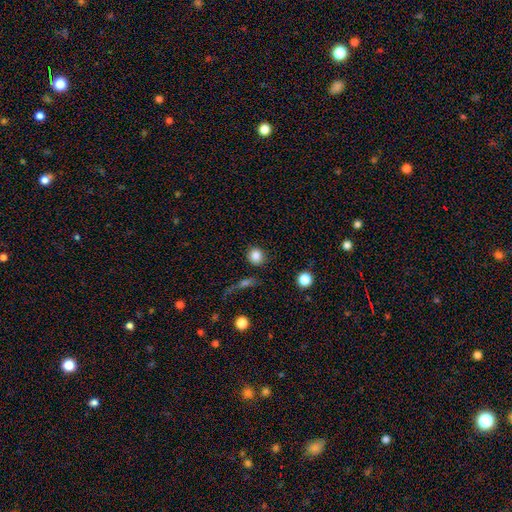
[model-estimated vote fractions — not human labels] Smooth or featured?
  - smooth: 85% *
  - star or artifact: 10%
  - featured or disk: 5%
How rounded?
  - round: 87% *
  - in between: 12%
  - cigar-shaped: 1%
Merging?
  - none: 84% *
  - minor disturbance: 9%
  - merger: 4%
  - major disturbance: 4%